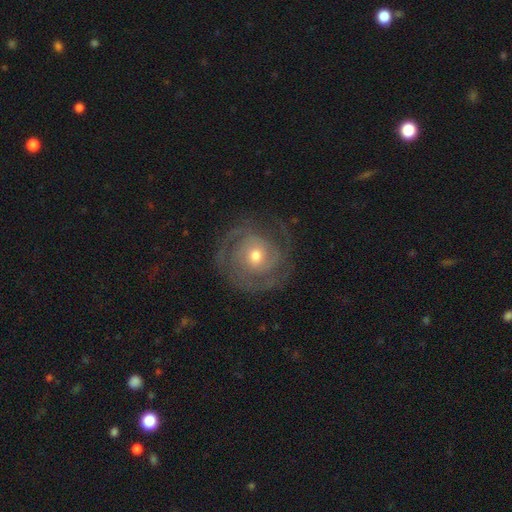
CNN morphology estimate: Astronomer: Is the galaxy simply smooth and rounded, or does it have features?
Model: featured or disk — 84%.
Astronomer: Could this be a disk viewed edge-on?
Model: no — 98%.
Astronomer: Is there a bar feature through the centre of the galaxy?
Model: no — 73%.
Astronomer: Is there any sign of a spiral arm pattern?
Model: yes — 93%.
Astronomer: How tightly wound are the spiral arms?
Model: tight — 68%.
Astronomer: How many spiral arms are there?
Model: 2 — 41% (runner-up: can't tell, 24%).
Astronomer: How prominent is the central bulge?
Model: moderate — 62%.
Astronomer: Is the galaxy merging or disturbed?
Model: none — 76%.